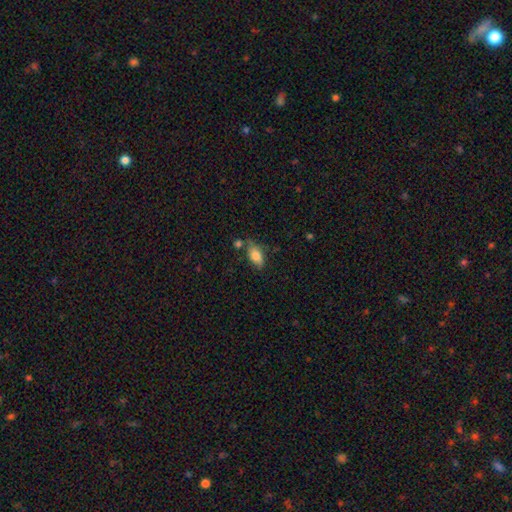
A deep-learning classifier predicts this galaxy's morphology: This is likely a smooth galaxy (77%). How rounded: clearly in between (88%). Merging: possibly none (57%).